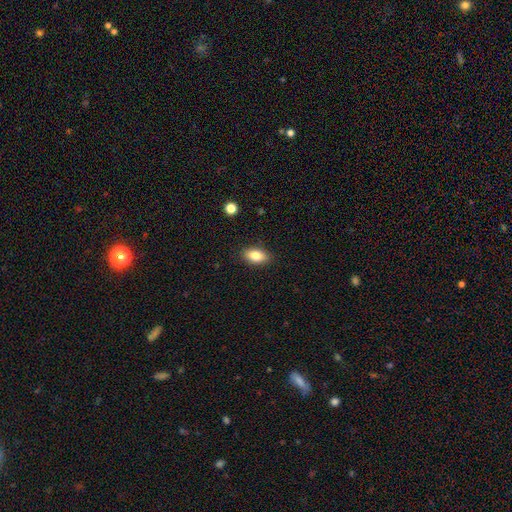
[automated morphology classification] Overall: smooth (84%). How rounded: in between (90%). Merging: none (87%).